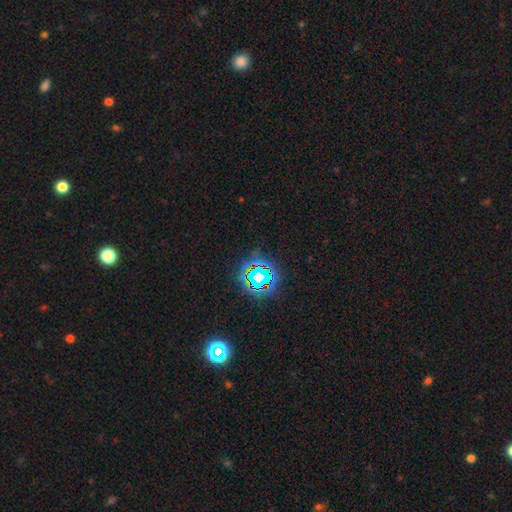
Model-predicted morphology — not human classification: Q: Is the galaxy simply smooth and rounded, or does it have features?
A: star or artifact — 79%.